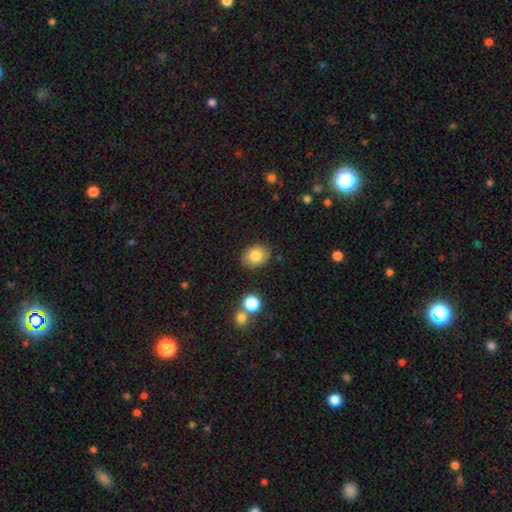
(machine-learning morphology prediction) A smooth galaxy with no disk features (82%) that is in between round and cigar-shaped (54%).

Vote fractions:
- Smooth or featured? smooth: 82% / featured or disk: 9% / star or artifact: 9%
- How rounded? in between: 54% / round: 45% / cigar-shaped: 1%
- Merging? none: 83% / minor disturbance: 11% / merger: 3% / major disturbance: 3%